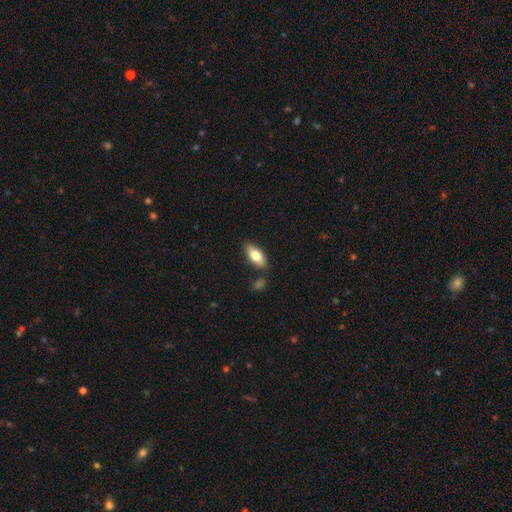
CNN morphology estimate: Smooth or featured: smooth — 77% (featured or disk — 17%)
How rounded: in between — 83% (cigar-shaped — 14%)
Merging: none — 80% (minor disturbance — 12%)